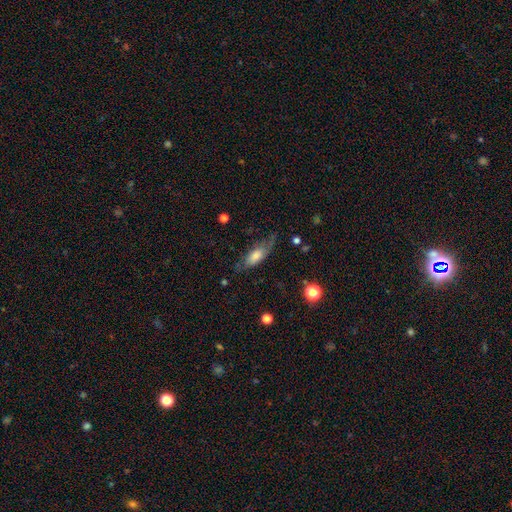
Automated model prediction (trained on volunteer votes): Overall: smooth (56%; featured or disk 35%). How rounded: in between (68%). Merging: none (57%; minor disturbance 27%).